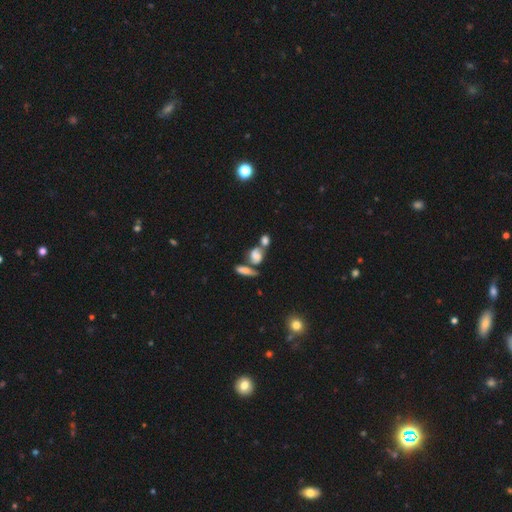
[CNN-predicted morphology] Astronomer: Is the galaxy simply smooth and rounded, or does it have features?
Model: smooth — 67%.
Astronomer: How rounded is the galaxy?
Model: in between — 55% (runner-up: round, 36%).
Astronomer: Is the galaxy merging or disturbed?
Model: merger — 44% (runner-up: none, 37%).